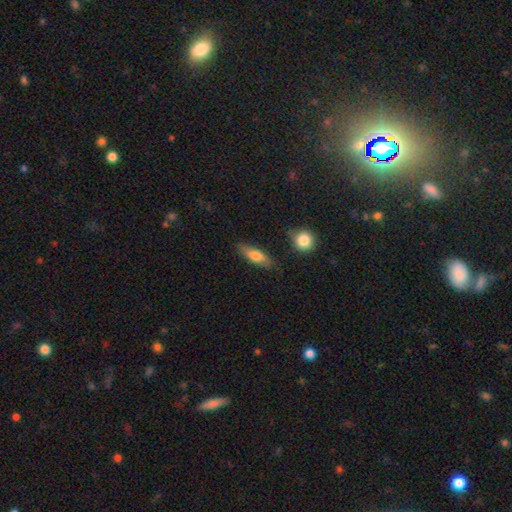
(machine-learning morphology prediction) Smooth or featured? Predicted: smooth (p=0.73). How rounded? Predicted: in between (p=0.56). Merging? Predicted: none (p=0.79).